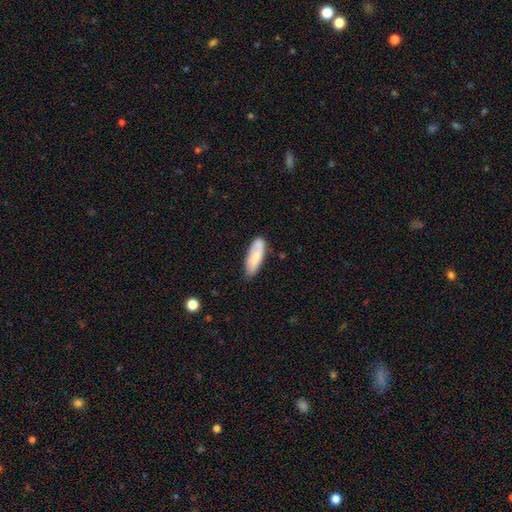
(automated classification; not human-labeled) This is likely a smooth galaxy (74%). How rounded: possibly in between (57%). Merging: likely none (73%).